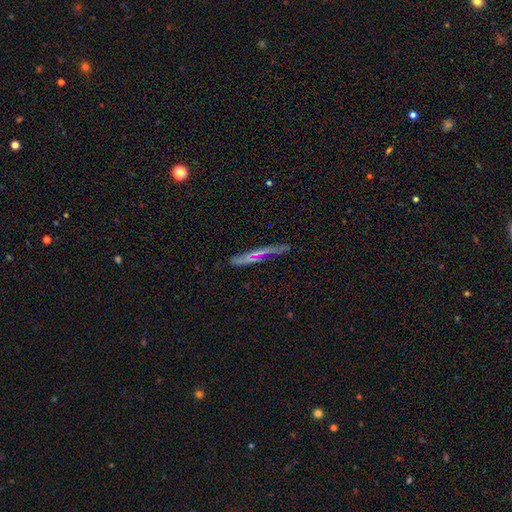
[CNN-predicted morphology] smooth-or-featured: featured or disk: 51% | smooth: 39% | star or artifact: 10%
  disk-edge-on: yes: 72% | no: 28%
  merging: none: 69% | minor disturbance: 20% | major disturbance: 7% | merger: 4%